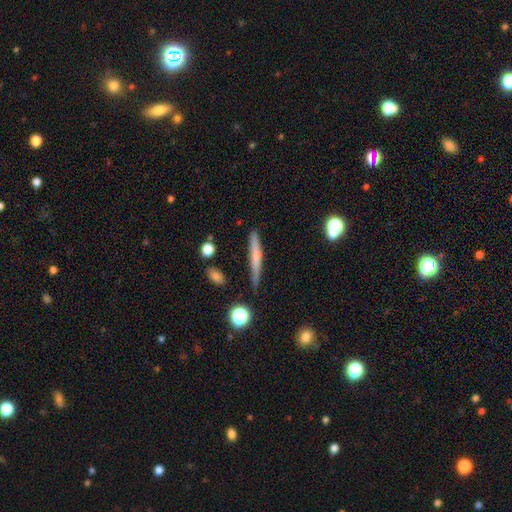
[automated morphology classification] Q: Smooth or featured?
A: smooth (54%); runner-up: featured or disk (38%)
Q: How rounded?
A: cigar-shaped (93%); runner-up: in between (5%)
Q: Merging?
A: none (79%); runner-up: minor disturbance (14%)